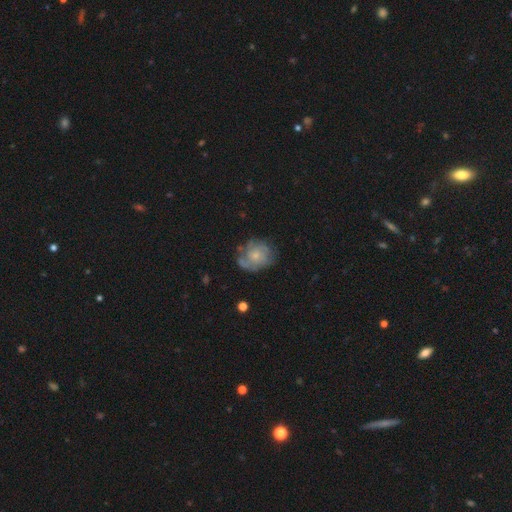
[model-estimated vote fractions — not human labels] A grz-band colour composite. It shows a featured or disk galaxy (63%) with no bar (81%), spiral arms (78%) and a small central bulge (60%). Merging: none (62%).